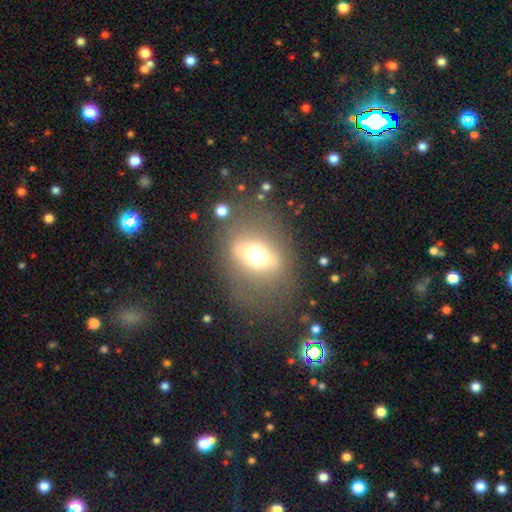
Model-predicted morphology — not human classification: This appears to be a smooth galaxy with no disk features (52%) that is in between round and cigar-shaped (52%). Merging: none (71%).